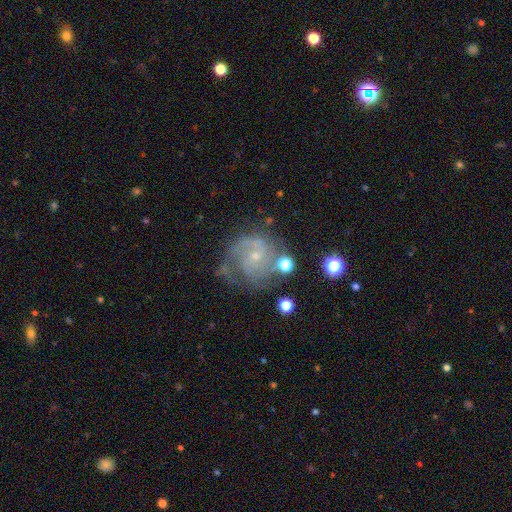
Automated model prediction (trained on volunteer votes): Smooth or featured? Predicted: featured or disk (p=0.83). Edge-on disk? Predicted: no (p=0.98). Bar? Predicted: no (p=0.64). Spiral arms? Predicted: yes (p=0.95). Spiral winding? Predicted: tight (p=0.50). Spiral arm count? Predicted: 2 (p=0.39). Bulge size? Predicted: small (p=0.76). Merging? Predicted: none (p=0.60).